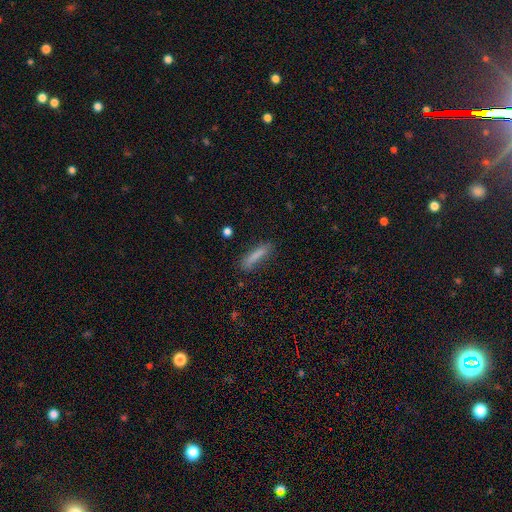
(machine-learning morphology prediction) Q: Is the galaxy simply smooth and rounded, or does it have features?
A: smooth — 81%.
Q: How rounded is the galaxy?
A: cigar-shaped — 82%.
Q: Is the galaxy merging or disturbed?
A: none — 79%.